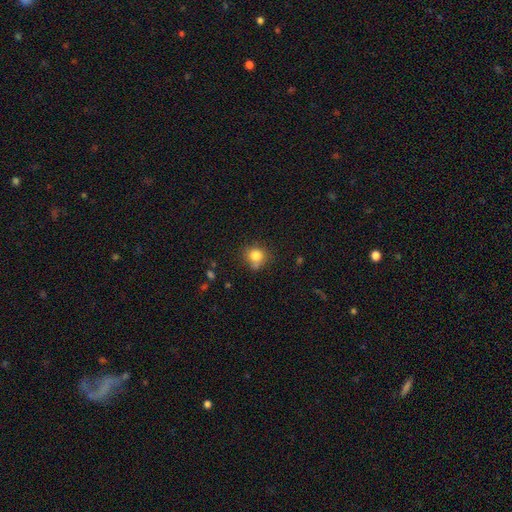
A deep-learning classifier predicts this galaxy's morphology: Smooth or featured: smooth — 81% (star or artifact — 11%)
How rounded: round — 80% (in between — 19%)
Merging: none — 64% (minor disturbance — 21%)